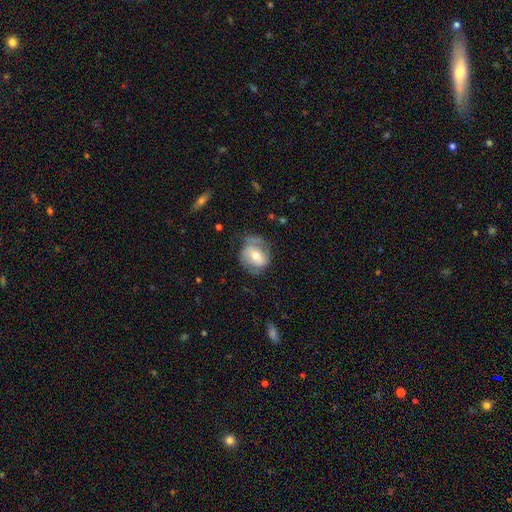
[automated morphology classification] type=featured or disk (53%); edge-on=no (95%); merging=none (55%).